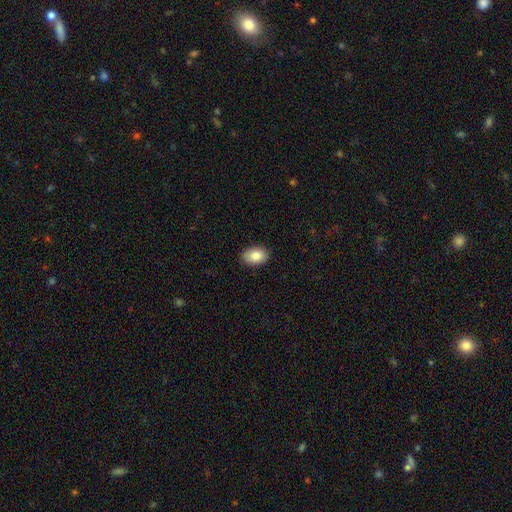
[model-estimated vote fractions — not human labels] Smooth or featured? smooth (85%)
How rounded? in between (85%)
Merging? none (89%)